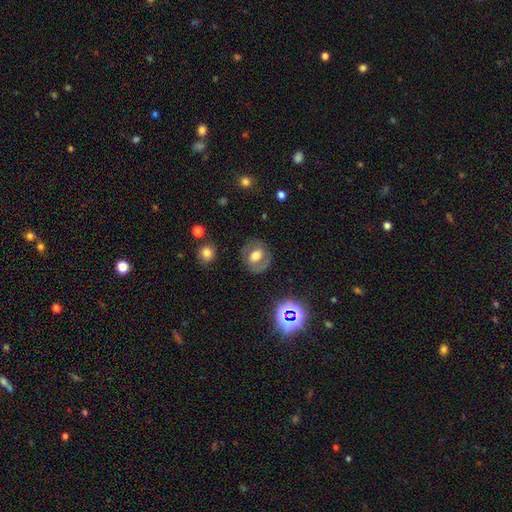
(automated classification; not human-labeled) smooth 50%, featured or disk 38%, star or artifact 12%. Down the decision tree: how rounded — round (60%); merging — none (79%).